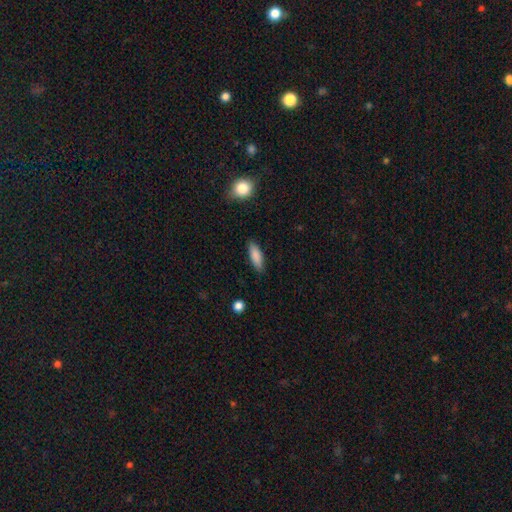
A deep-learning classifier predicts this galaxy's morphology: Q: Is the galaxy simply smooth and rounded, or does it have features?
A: smooth — 86%.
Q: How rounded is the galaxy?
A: in between — 61%.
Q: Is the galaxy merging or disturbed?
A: none — 85%.